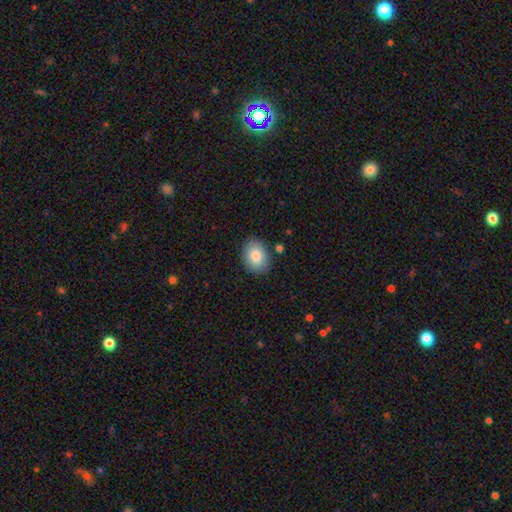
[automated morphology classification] Smooth or featured? Predicted: smooth (p=0.83). How rounded? Predicted: in between (p=0.69). Merging? Predicted: none (p=0.83).